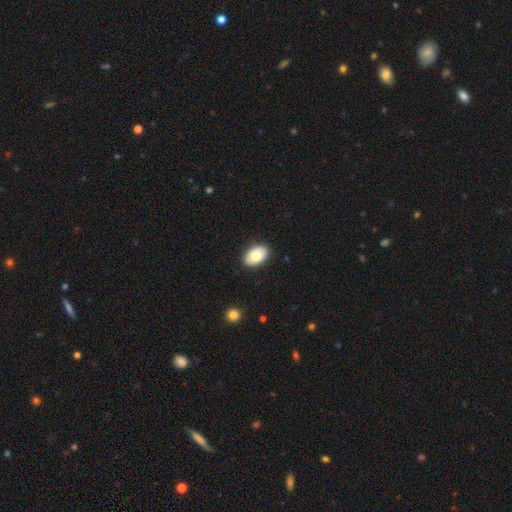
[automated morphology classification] A smooth galaxy with no disk features (73%) that is in between round and cigar-shaped (88%). Merging: none (89%).